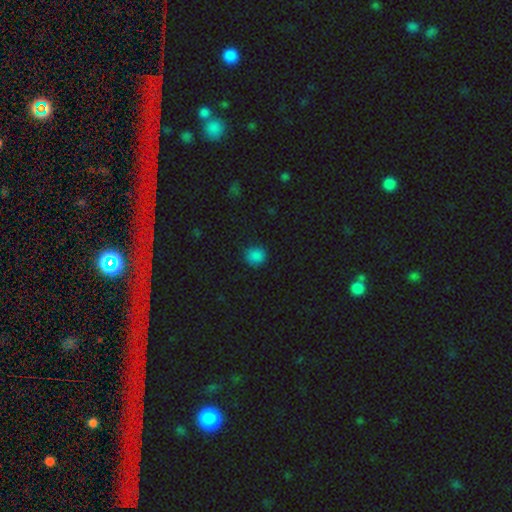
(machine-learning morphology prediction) smooth_or_featured: smooth (p=0.84) [alt: star or artifact p=0.13]
how_rounded: round (p=0.87) [alt: in between p=0.12]
merging: none (p=0.87) [alt: minor disturbance p=0.10]